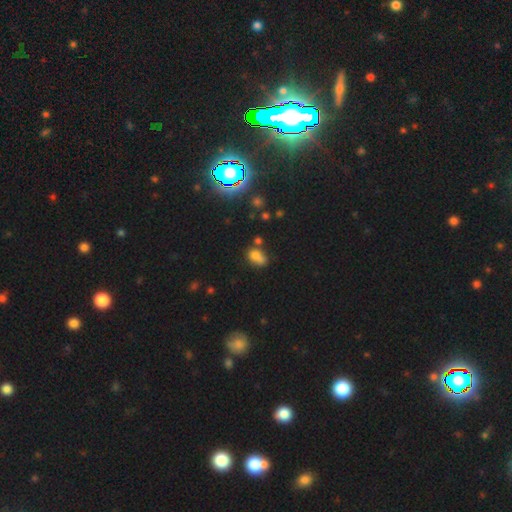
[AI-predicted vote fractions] smooth_or_featured: smooth (p=0.71) [alt: star or artifact p=0.19]
how_rounded: in between (p=0.80) [alt: round p=0.16]
merging: none (p=0.46) [alt: merger p=0.22]